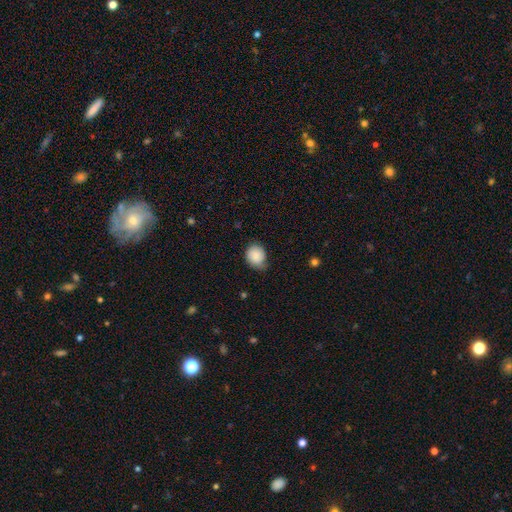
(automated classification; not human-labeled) Overall: smooth (83%). How rounded: round (65%; in between 34%). Merging: none (56%; minor disturbance 36%).